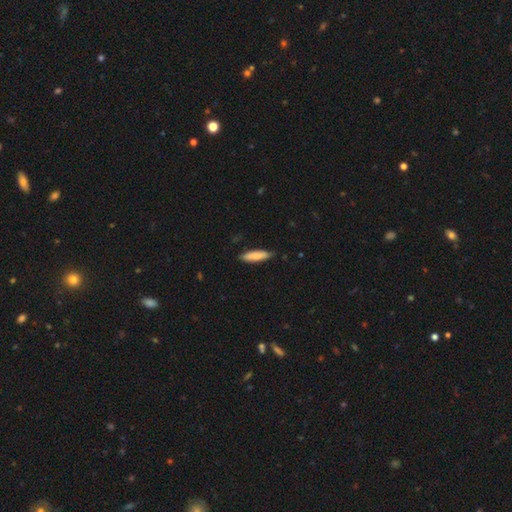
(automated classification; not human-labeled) Smooth or featured? smooth (83%)
How rounded? cigar-shaped (74%)
Merging? none (84%)